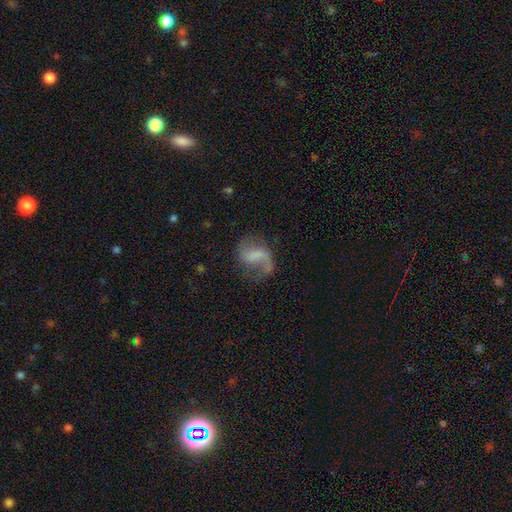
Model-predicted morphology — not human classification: This appears to be a featured or disk galaxy (78%) with a weak bar (46%), 2 (79%) loose (60%) spiral arms (93%) and no central bulge (57%). Merging: none (59%).